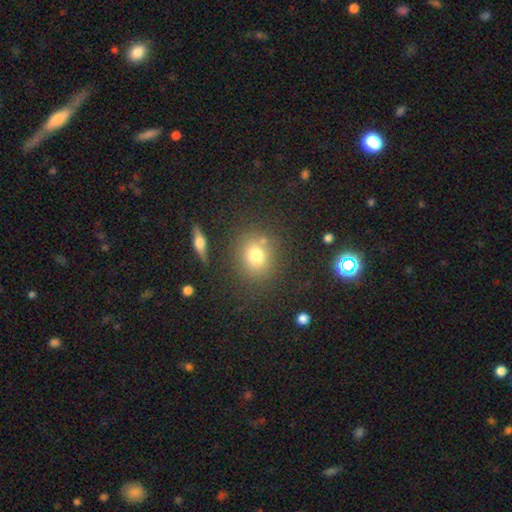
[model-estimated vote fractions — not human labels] smooth 75%, star or artifact 14%, featured or disk 11%. Down the decision tree: how rounded — round (75%); merging — none (79%).